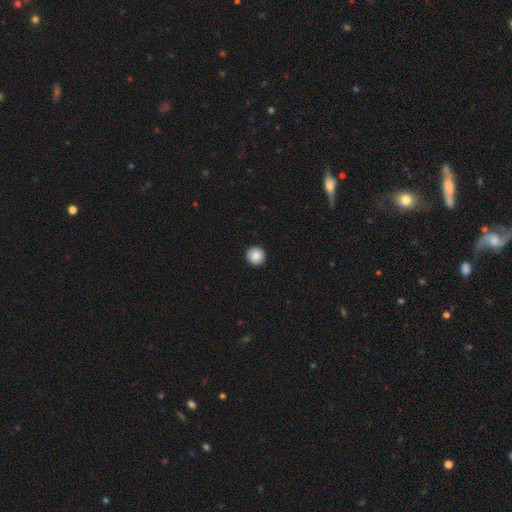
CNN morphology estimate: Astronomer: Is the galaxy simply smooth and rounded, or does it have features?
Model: smooth — 87%.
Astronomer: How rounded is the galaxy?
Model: round — 96%.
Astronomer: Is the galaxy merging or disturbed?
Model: none — 94%.